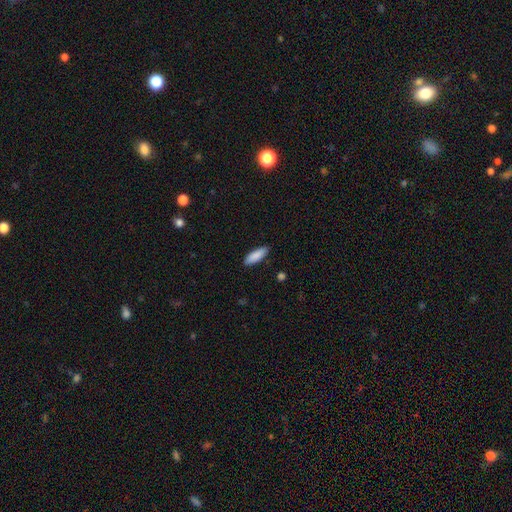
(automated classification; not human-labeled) This appears to be a smooth galaxy with no disk features (89%) that is in between round and cigar-shaped (59%). Merging: none (88%).